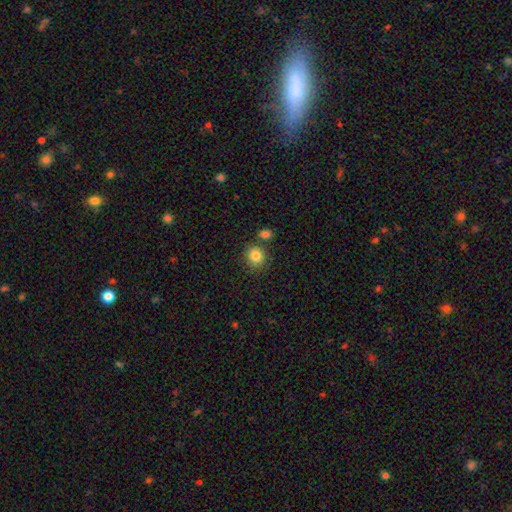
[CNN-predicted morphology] type=smooth (84%); roundness=round (78%); merging=none (74%).